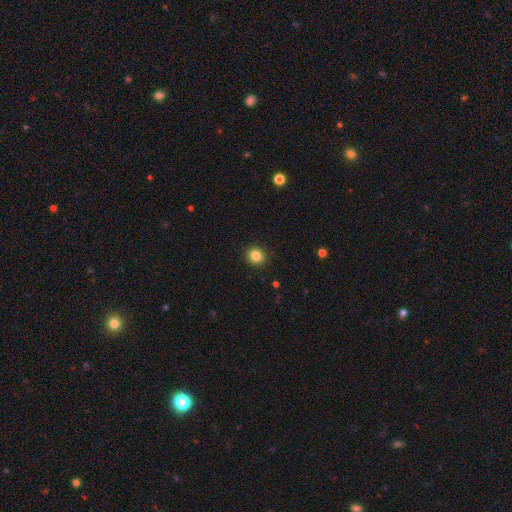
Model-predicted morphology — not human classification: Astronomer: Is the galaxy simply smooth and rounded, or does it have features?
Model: smooth — 84%.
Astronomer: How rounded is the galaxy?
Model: round — 88%.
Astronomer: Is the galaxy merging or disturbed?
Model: none — 92%.